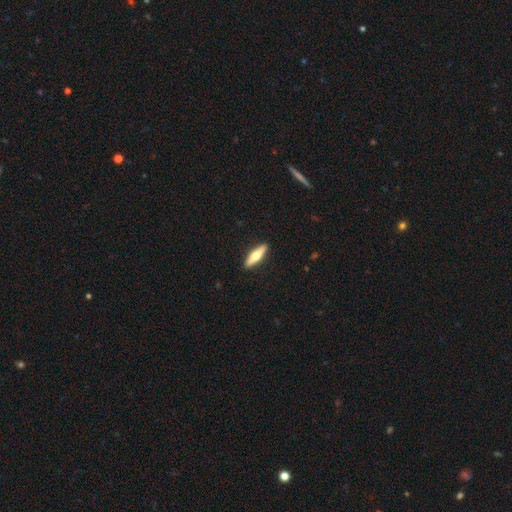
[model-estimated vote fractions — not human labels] The model was most divided on "smooth or featured": smooth: 48%, featured or disk: 47%, star or artifact: 5%. More confident: merging — none (91%).